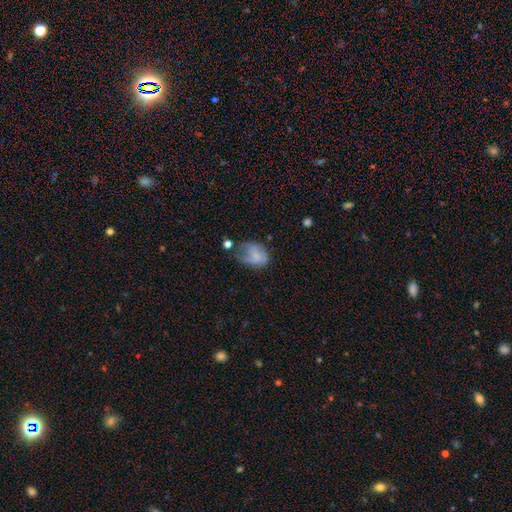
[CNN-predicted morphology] Q: Smooth or featured?
A: smooth (64%); runner-up: featured or disk (27%)
Q: How rounded?
A: in between (67%); runner-up: round (32%)
Q: Merging?
A: minor disturbance (33%); tied with: none (33%)